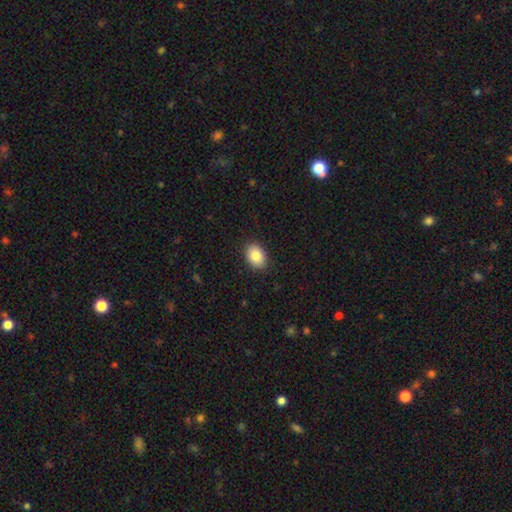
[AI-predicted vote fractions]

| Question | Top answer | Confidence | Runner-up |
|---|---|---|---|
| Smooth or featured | smooth | 86% | star or artifact (7%) |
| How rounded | in between | 80% | round (19%) |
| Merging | none | 89% | minor disturbance (8%) |